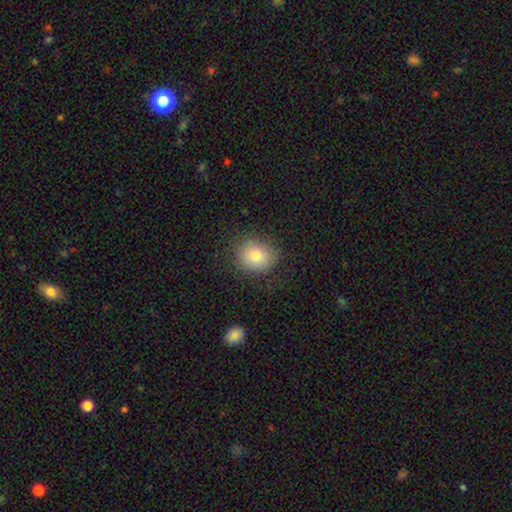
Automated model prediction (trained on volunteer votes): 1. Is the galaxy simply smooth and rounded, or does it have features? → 81% smooth, 10% star or artifact, 10% featured or disk.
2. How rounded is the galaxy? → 67% round, 33% in between, 1% cigar-shaped.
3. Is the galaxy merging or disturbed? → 81% none, 13% minor disturbance, 4% major disturbance, 1% merger.